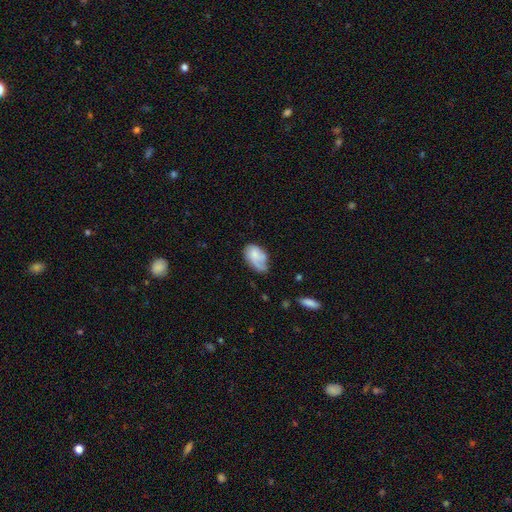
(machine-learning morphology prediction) This is likely a smooth galaxy (64%). How rounded: clearly in between (90%). Merging: marginally none (38%, tied with minor disturbance).